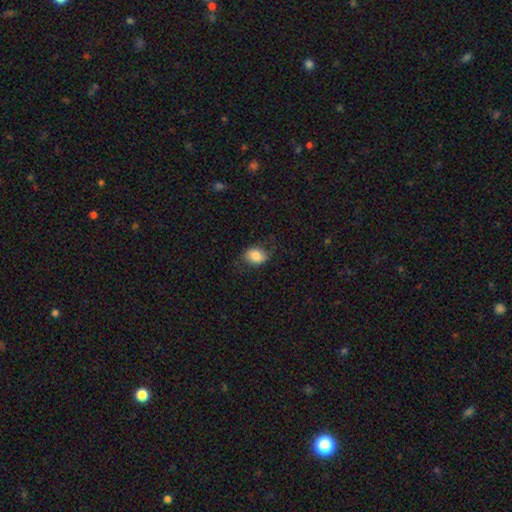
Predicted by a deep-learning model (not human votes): Smooth or featured?
  - smooth: 81% *
  - featured or disk: 12%
  - star or artifact: 8%
How rounded?
  - in between: 68% *
  - round: 31%
  - cigar-shaped: 1%
Merging?
  - none: 72% *
  - minor disturbance: 20%
  - major disturbance: 7%
  - merger: 1%